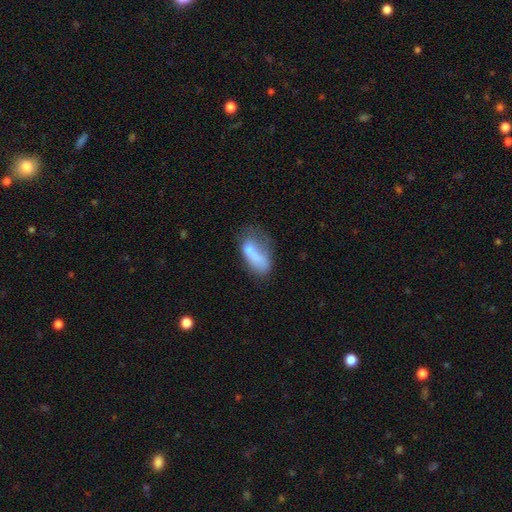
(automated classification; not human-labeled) smooth_or_featured: smooth (p=0.62) [alt: featured or disk p=0.27]
how_rounded: in between (p=0.84) [alt: cigar-shaped p=0.11]
merging: none (p=0.32) [alt: major disturbance p=0.29]